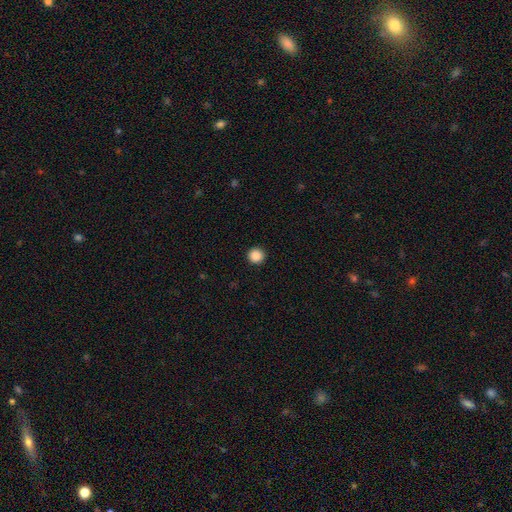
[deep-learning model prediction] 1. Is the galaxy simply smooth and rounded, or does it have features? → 88% smooth, 10% star or artifact, 2% featured or disk.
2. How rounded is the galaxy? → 95% round, 4% in between, 1% cigar-shaped.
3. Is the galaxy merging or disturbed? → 93% none, 4% minor disturbance, 2% major disturbance, 1% merger.